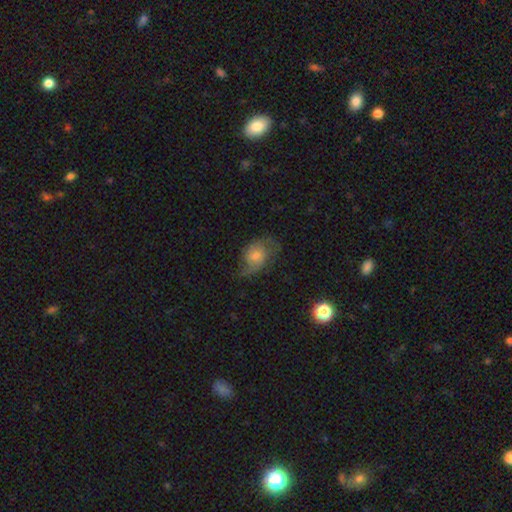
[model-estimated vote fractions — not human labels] smooth_or_featured: featured or disk (p=0.54) [alt: smooth p=0.37]
disk_edge_on: no (p=0.96) [alt: yes p=0.04]
bar: no (p=0.71) [alt: weak p=0.25]
has_spiral_arms: yes (p=0.86) [alt: no p=0.14]
bulge_size: small (p=0.43) [alt: moderate p=0.42]
merging: none (p=0.56) [alt: minor disturbance p=0.26]